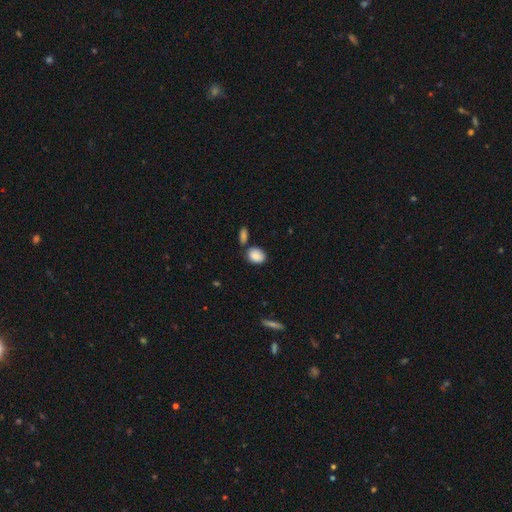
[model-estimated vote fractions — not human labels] Smooth or featured? smooth (87%)
How rounded? in between (67%)
Merging? none (67%)